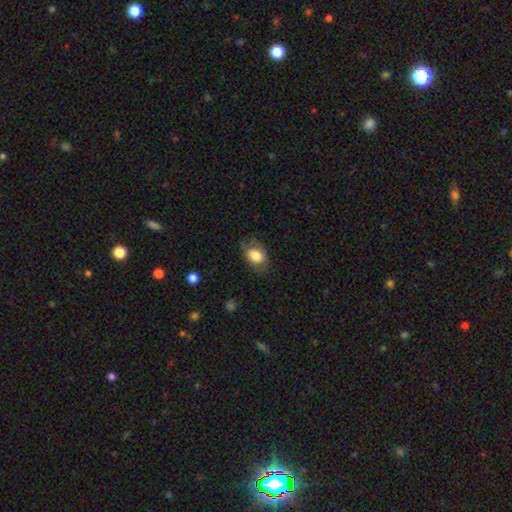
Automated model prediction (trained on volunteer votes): smooth-or-featured: smooth: 76% | featured or disk: 17% | star or artifact: 7%
  how-rounded: in between: 75% | round: 24% | cigar-shaped: 1%
  merging: none: 69% | minor disturbance: 21% | major disturbance: 9% | merger: 1%